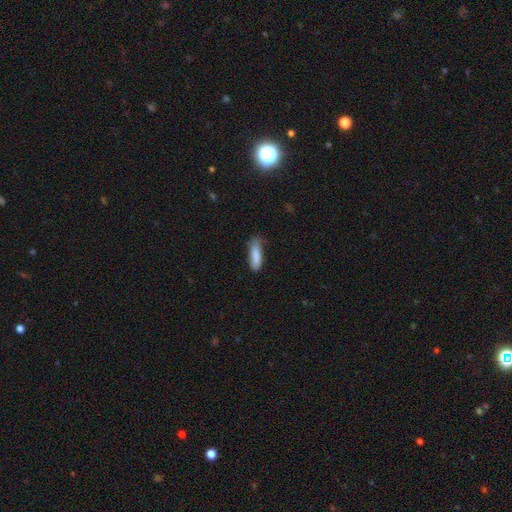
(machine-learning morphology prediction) Overall: smooth (85%). How rounded: cigar-shaped (52%; in between 46%). Merging: none (59%; minor disturbance 31%).